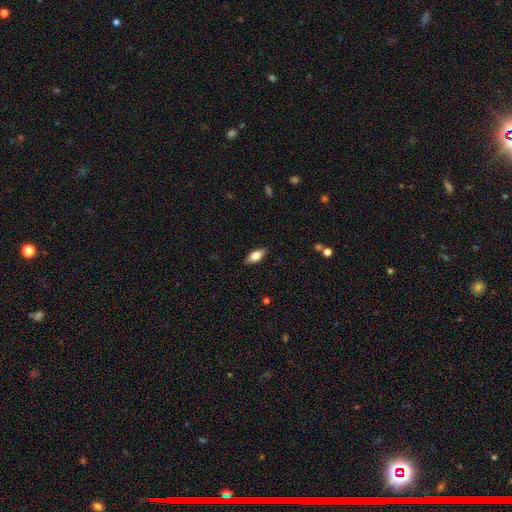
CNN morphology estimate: Q: Smooth or featured?
A: smooth (79%); runner-up: featured or disk (14%)
Q: How rounded?
A: in between (88%); runner-up: cigar-shaped (9%)
Q: Merging?
A: none (87%); runner-up: minor disturbance (10%)